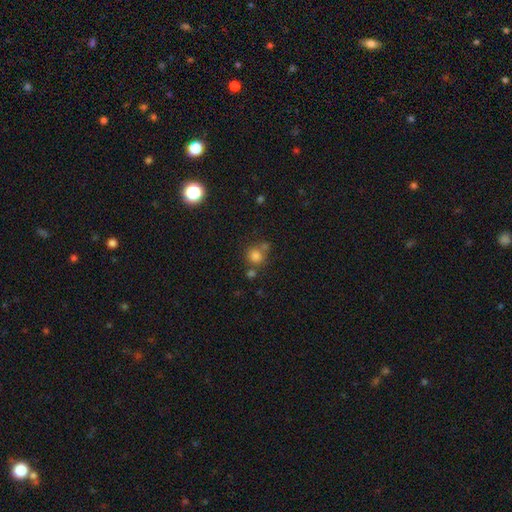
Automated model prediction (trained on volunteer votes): Morphology: type=smooth (79%); roundness=round (89%); merging=none (61%).